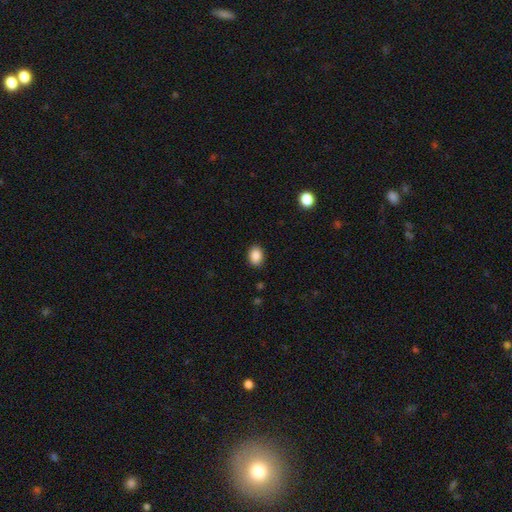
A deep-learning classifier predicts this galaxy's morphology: type=smooth (89%); roundness=in between (69%); merging=none (89%).